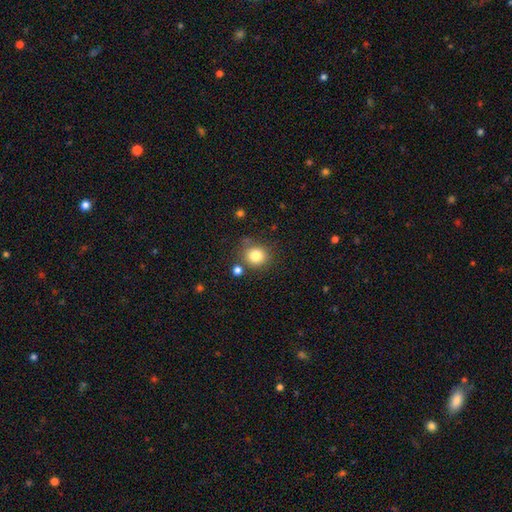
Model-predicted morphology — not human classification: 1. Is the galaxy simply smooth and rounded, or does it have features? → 81% smooth, 11% star or artifact, 8% featured or disk.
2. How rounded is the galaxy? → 85% round, 15% in between, 1% cigar-shaped.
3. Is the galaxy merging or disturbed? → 75% none, 13% minor disturbance, 9% merger, 4% major disturbance.